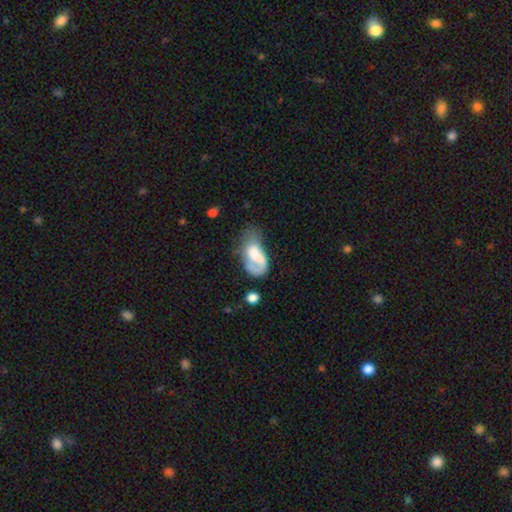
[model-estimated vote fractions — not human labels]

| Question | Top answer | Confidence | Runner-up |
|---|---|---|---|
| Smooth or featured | smooth | 48% | featured or disk (44%) |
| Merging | major disturbance | 45% | none (23%) |